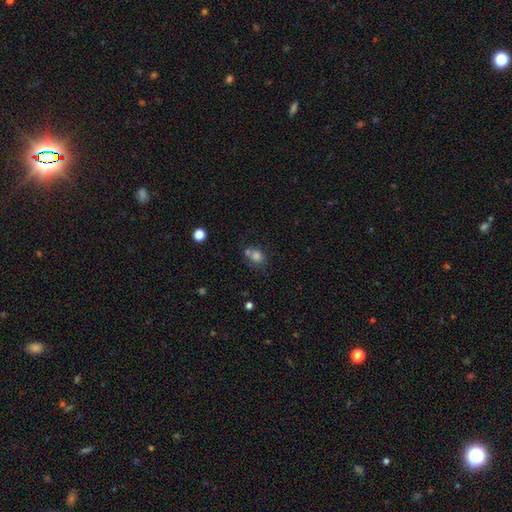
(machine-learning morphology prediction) type=smooth (77%); roundness=round (59%); merging=none (48%).